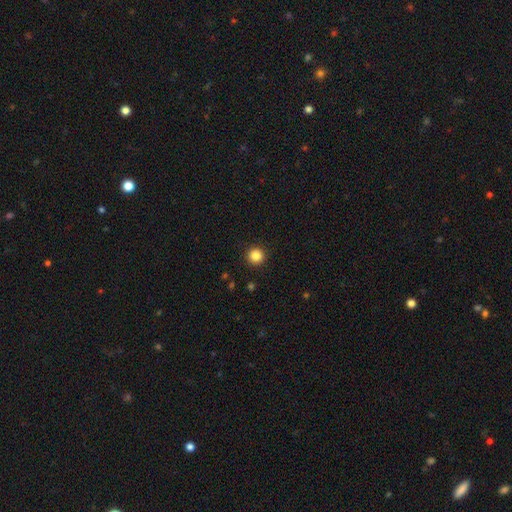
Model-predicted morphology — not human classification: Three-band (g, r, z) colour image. It shows a smooth galaxy with no disk features (86%) that is round (95%). Merging: none (93%).